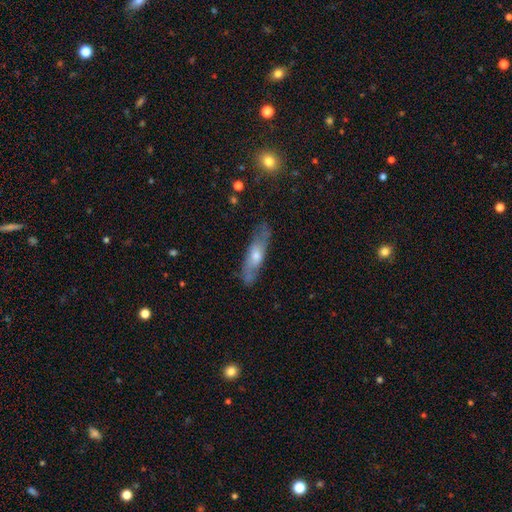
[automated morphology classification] featured or disk 53%, smooth 40%, star or artifact 7%. Down the decision tree: edge-on disk — yes (56%); merging — none (77%).